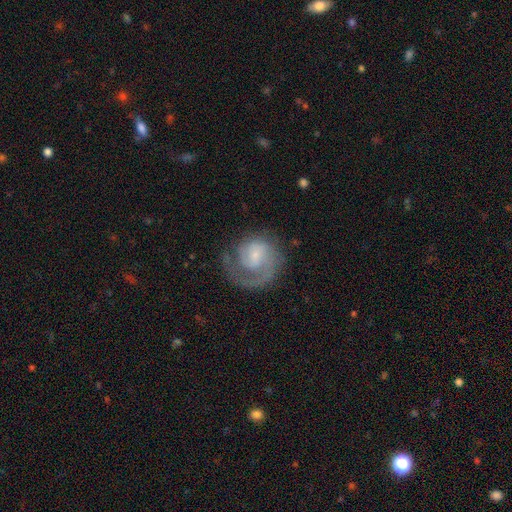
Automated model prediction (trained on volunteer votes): Morphology: type=featured or disk (77%); edge-on=no (98%); bar=no (51%); spiral arms=yes (94%); winding=tight (47%); arm count=1 (62%); bulge=small (57%); merging=none (61%).